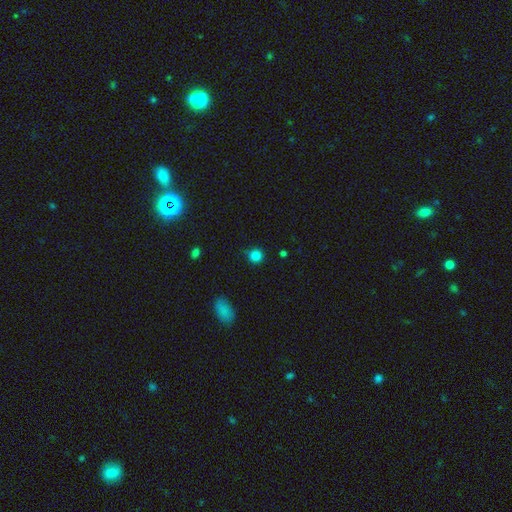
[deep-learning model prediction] A smooth galaxy with no disk features (84%) that is round (91%). Merging: none (81%).